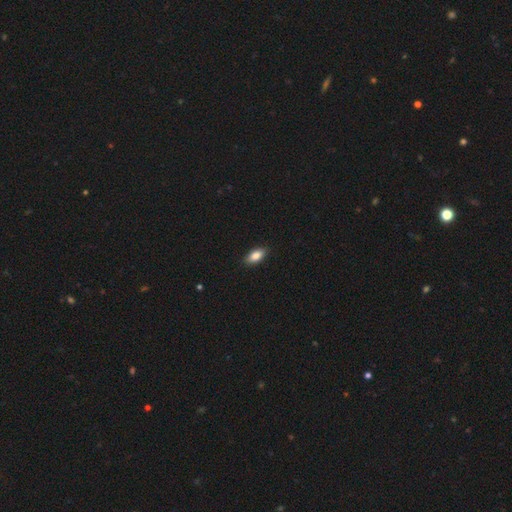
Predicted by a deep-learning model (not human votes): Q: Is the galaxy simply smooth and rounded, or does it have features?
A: smooth — 84%.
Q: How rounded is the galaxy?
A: in between — 88%.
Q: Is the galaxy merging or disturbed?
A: none — 88%.